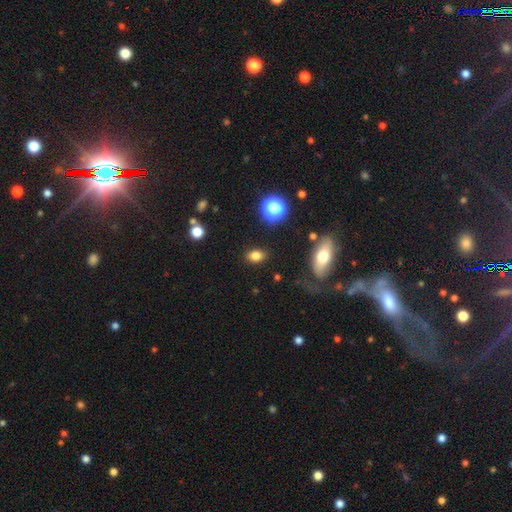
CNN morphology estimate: This appears to be a smooth galaxy with no disk features (80%) that is in between round and cigar-shaped (75%). Merging: none (86%).